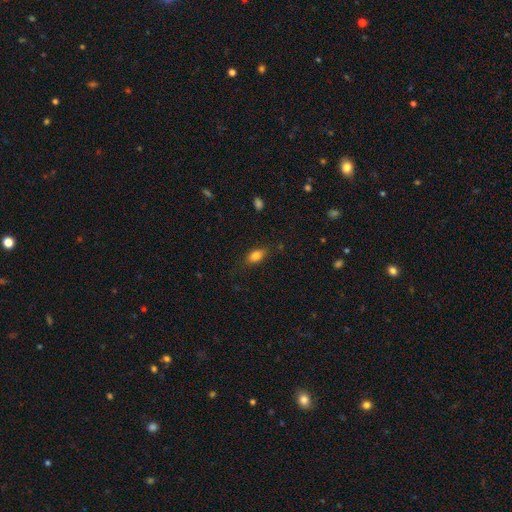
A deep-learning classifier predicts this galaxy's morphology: smooth_or_featured: smooth (p=0.82) [alt: featured or disk p=0.09]
how_rounded: in between (p=0.83) [alt: round p=0.10]
merging: none (p=0.79) [alt: minor disturbance p=0.16]